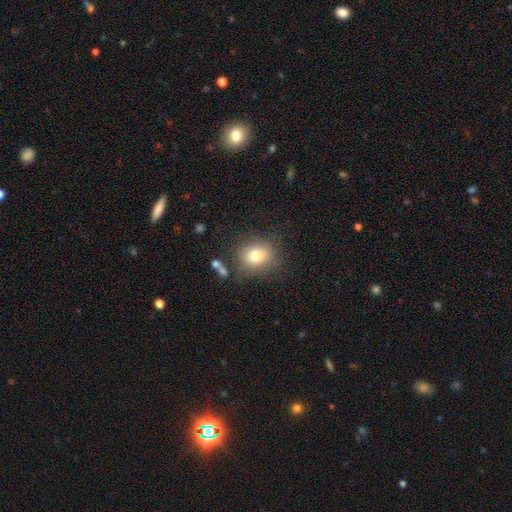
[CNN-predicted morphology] Smooth or featured? smooth (78%)
How rounded? round (67%)
Merging? none (77%)